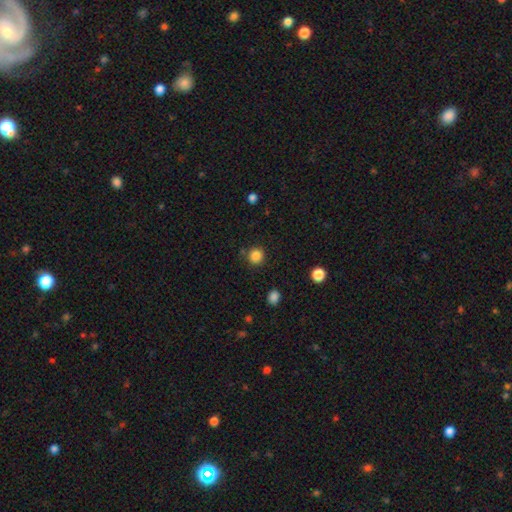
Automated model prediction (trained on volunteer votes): Overall: smooth (85%). How rounded: round (92%). Merging: none (86%).